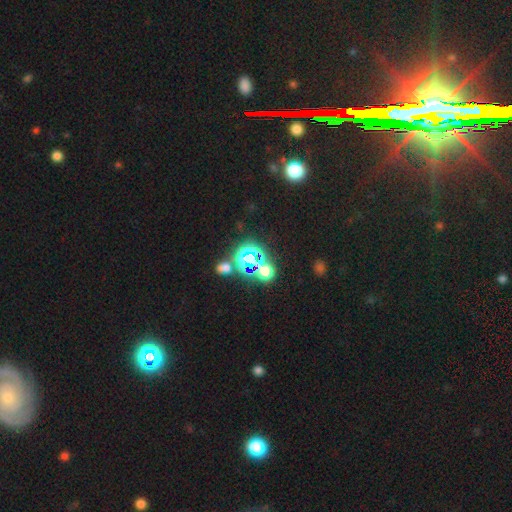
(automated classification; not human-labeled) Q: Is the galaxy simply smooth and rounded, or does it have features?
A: star or artifact — 68%.